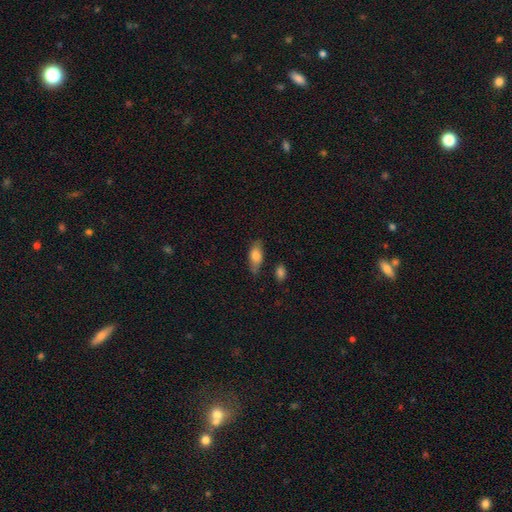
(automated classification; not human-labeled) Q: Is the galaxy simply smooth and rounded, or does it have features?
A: smooth — 75%.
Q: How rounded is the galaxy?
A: in between — 80%.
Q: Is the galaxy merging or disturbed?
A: none — 69%.